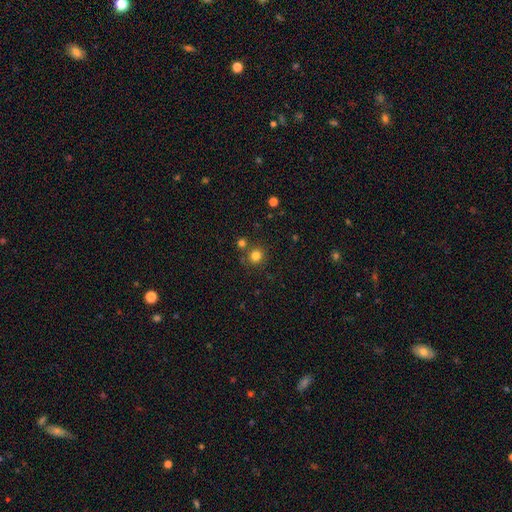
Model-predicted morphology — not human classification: This appears to be a smooth galaxy with no disk features (80%) that is round (90%). Merging: none (74%).